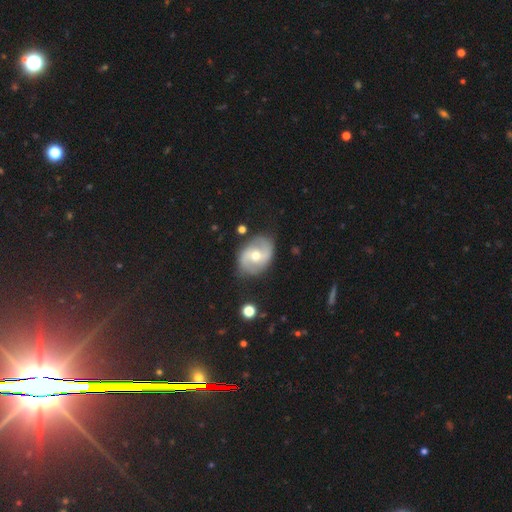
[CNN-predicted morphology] Smooth or featured?
  - featured or disk: 75% *
  - smooth: 19%
  - star or artifact: 6%
Edge-on disk?
  - no: 97% *
  - yes: 3%
Bar?
  - no: 45% *
  - weak: 41%
  - strong: 14%
Spiral arms?
  - yes: 89% *
  - no: 11%
Spiral winding?
  - medium: 44% *
  - loose: 38%
  - tight: 18%
Spiral arm count?
  - 2: 90% *
  - can't tell: 5%
  - 1: 2%
  - 3: 1%
  - 4: 1%
  - more than 4: 1%
Bulge size?
  - moderate: 64% *
  - small: 31%
  - large: 3%
  - none: 1%
  - dominant: 1%
Merging?
  - none: 80% *
  - minor disturbance: 14%
  - major disturbance: 4%
  - merger: 2%